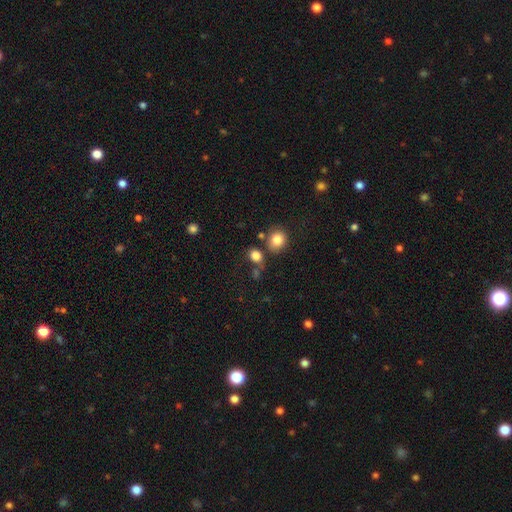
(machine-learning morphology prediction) This is clearly a smooth galaxy (82%). How rounded: possibly round (55%). Merging: likely none (63%).